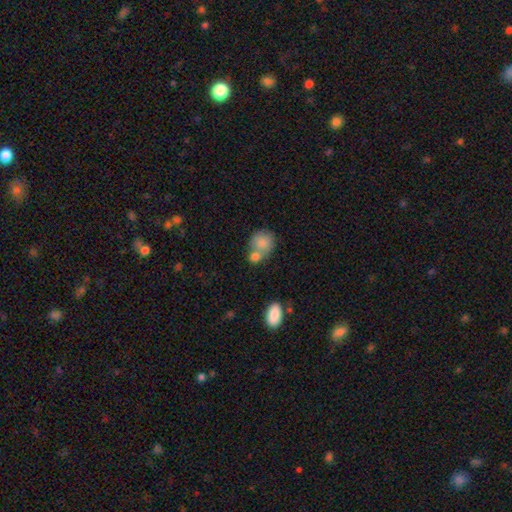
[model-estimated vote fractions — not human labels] Q: Smooth or featured?
A: smooth (83%); runner-up: featured or disk (9%)
Q: How rounded?
A: round (67%); runner-up: in between (32%)
Q: Merging?
A: merger (48%); runner-up: none (37%)